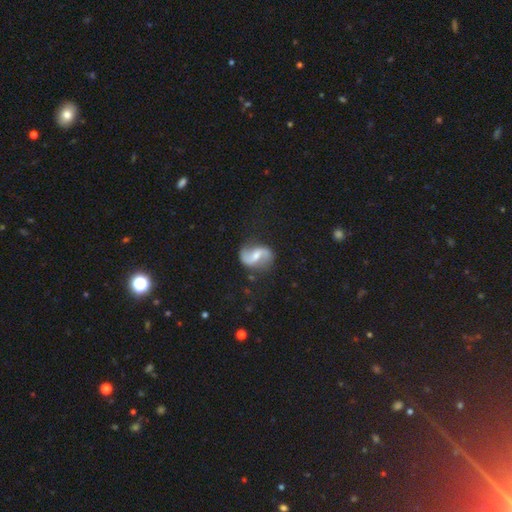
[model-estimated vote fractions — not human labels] This is clearly a featured or disk galaxy (85%). It is clearly not viewed edge-on (98%). Bar: possibly weak (46%). Spiral arm pattern: clearly yes (95%). Spiral arm count: clearly 2 (93%). Spiral winding: likely loose (66%). Central bulge: possibly moderate (50%). Merging: likely none (79%).